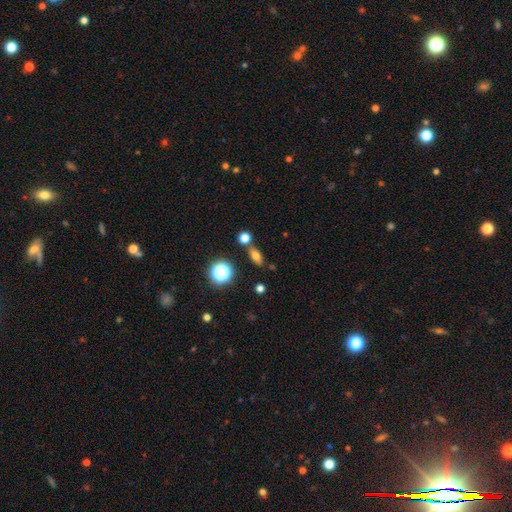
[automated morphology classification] This appears to be a smooth galaxy with no disk features (71%) that is in between round and cigar-shaped (68%). Merging: none (74%).